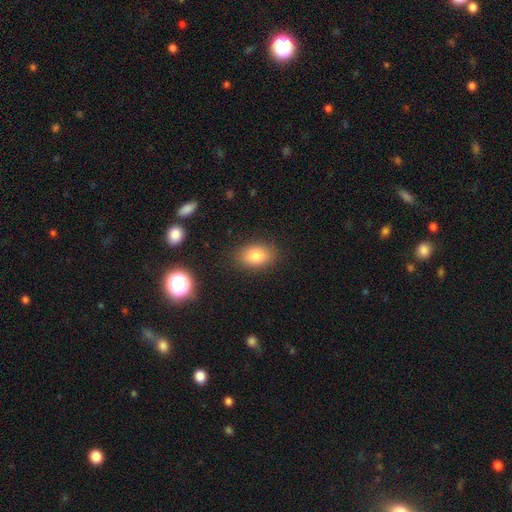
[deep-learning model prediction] Smooth or featured? Predicted: smooth (p=0.80). How rounded? Predicted: in between (p=0.79). Merging? Predicted: none (p=0.85).